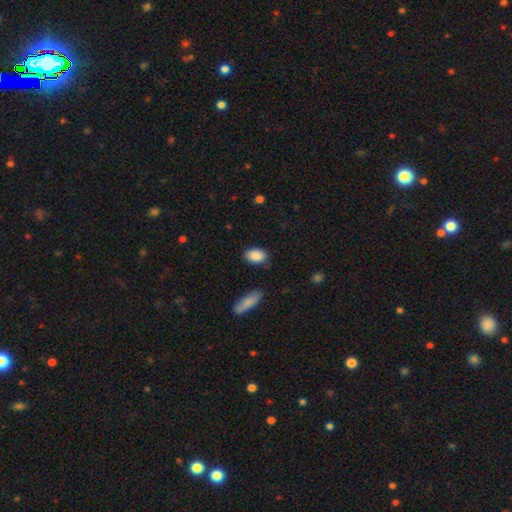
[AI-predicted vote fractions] Q: Smooth or featured?
A: smooth (89%); runner-up: star or artifact (7%)
Q: How rounded?
A: in between (86%); runner-up: round (12%)
Q: Merging?
A: none (81%); runner-up: minor disturbance (14%)